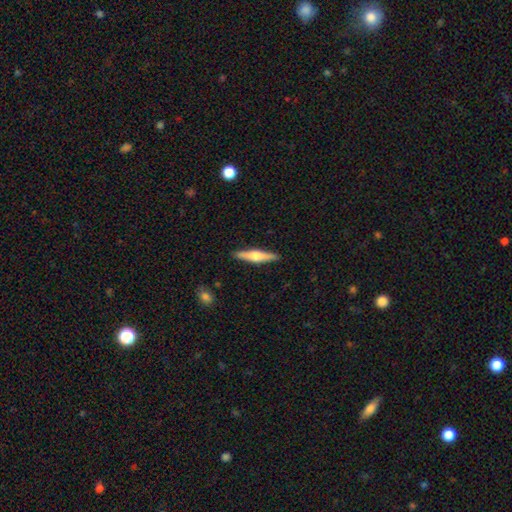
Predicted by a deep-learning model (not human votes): smooth_or_featured: featured or disk (p=0.60) [alt: smooth p=0.35]
disk_edge_on: yes (p=0.97) [alt: no p=0.03]
edge_on_bulge: rounded (p=0.88) [alt: boxy p=0.08]
merging: none (p=0.90) [alt: minor disturbance p=0.07]